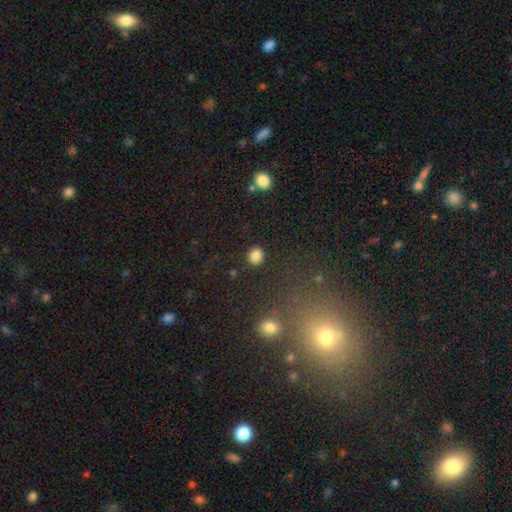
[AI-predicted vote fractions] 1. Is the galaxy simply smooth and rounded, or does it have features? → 85% smooth, 11% star or artifact, 4% featured or disk.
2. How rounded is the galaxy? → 77% round, 22% in between, 1% cigar-shaped.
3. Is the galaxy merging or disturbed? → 89% none, 7% minor disturbance, 2% major disturbance, 1% merger.